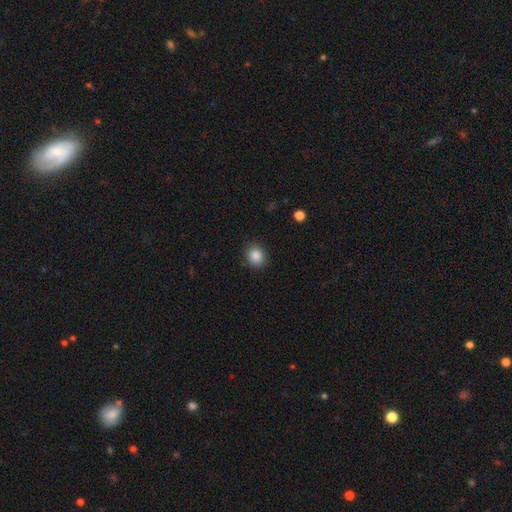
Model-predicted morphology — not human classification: type=smooth (88%); roundness=round (68%); merging=none (88%).